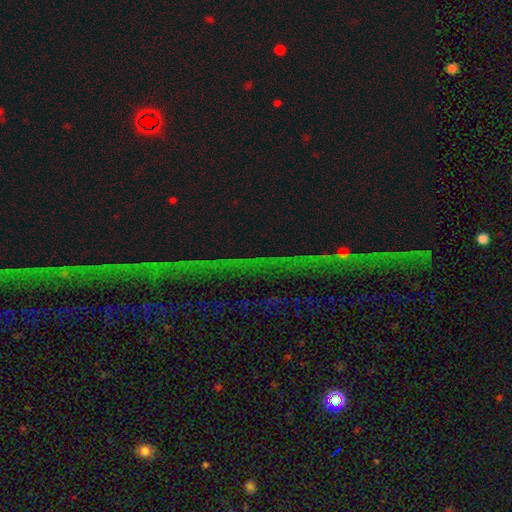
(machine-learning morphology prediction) A star or artifact, not a galaxy (80%).

Vote fractions:
- Smooth or featured? star or artifact: 80% / featured or disk: 11% / smooth: 9%